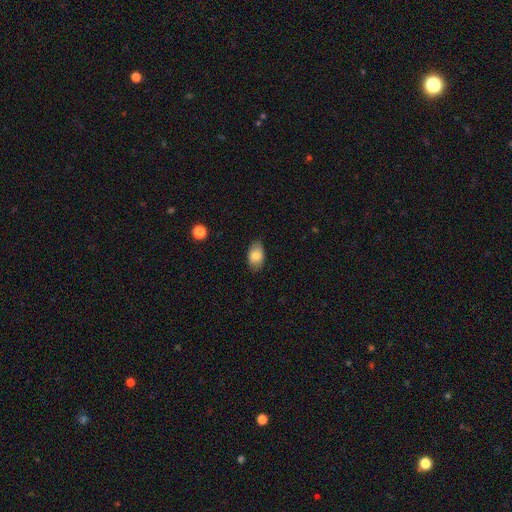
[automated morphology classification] type=smooth (83%); roundness=in between (91%); merging=none (82%).